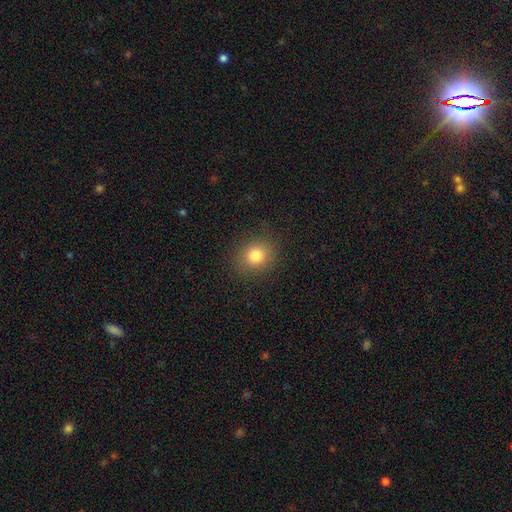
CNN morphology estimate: smooth-or-featured: smooth: 81% | star or artifact: 12% | featured or disk: 7%
  how-rounded: round: 72% | in between: 27% | cigar-shaped: 1%
  merging: none: 87% | minor disturbance: 9% | major disturbance: 3% | merger: 1%